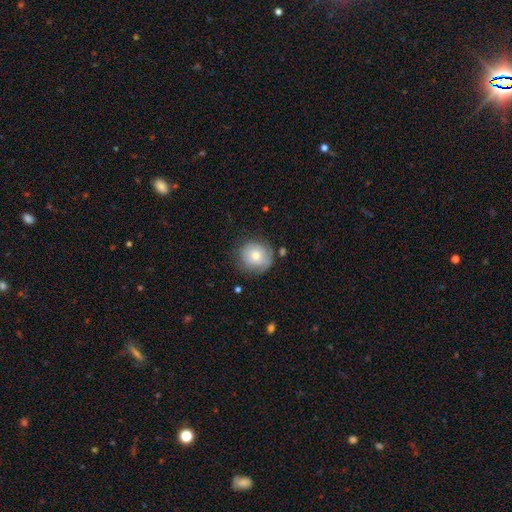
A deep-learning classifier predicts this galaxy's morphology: Smooth or featured? Predicted: smooth (p=0.67). How rounded? Predicted: round (p=0.88). Merging? Predicted: none (p=0.70).